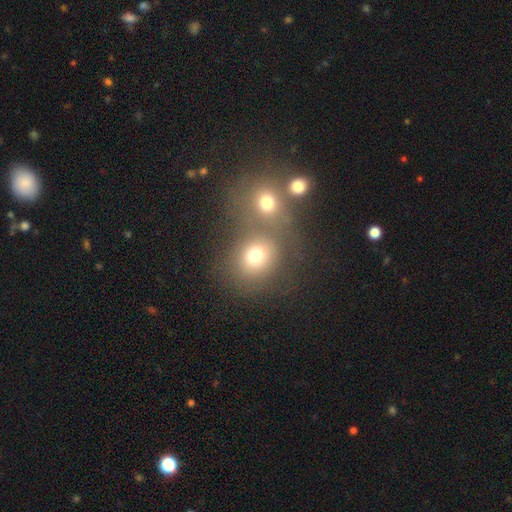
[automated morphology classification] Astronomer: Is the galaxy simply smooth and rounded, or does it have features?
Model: smooth — 73%.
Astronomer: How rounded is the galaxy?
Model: round — 73%.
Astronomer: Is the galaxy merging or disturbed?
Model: merger — 44%, tied with none at 44%.